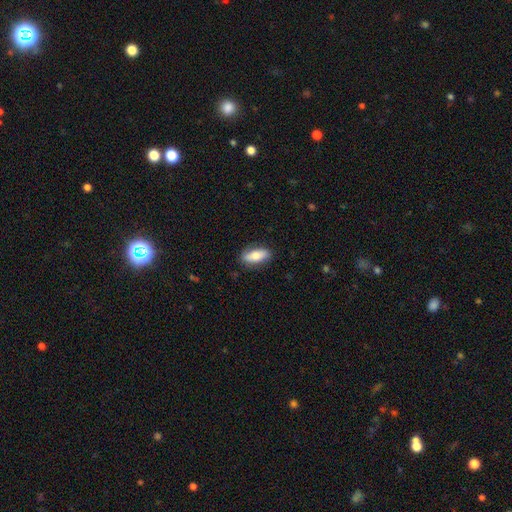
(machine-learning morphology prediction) This appears to be a smooth galaxy with no disk features (70%) that is in between round and cigar-shaped (77%). Merging: none (83%).